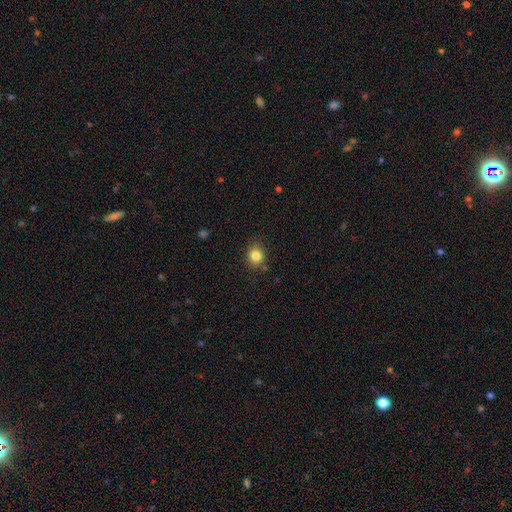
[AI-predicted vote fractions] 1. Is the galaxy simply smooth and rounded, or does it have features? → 82% smooth, 11% star or artifact, 6% featured or disk.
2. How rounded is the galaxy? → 68% round, 31% in between, 1% cigar-shaped.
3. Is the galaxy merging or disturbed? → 83% none, 12% minor disturbance, 3% major disturbance, 2% merger.